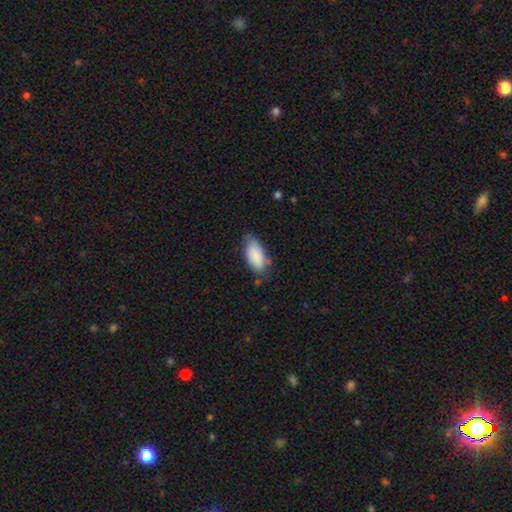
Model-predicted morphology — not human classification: A smooth galaxy with no disk features (87%) that is in between round and cigar-shaped (91%).

Vote fractions:
- Smooth or featured? smooth: 87% / featured or disk: 7% / star or artifact: 6%
- How rounded? in between: 91% / cigar-shaped: 7% / round: 2%
- Merging? none: 65% / minor disturbance: 27% / major disturbance: 6% / merger: 3%